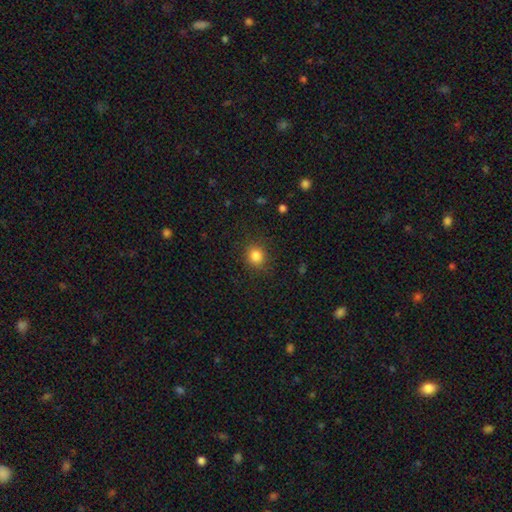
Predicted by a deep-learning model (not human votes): smooth 84%, star or artifact 11%, featured or disk 5%. Down the decision tree: how rounded — round (83%); merging — none (87%).